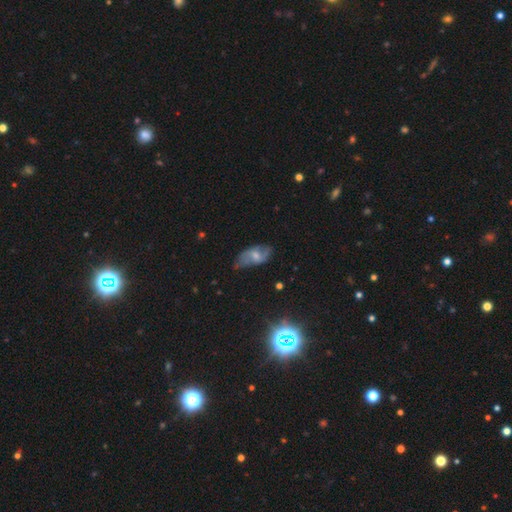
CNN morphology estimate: Smooth or featured?
  - featured or disk: 51% *
  - smooth: 41%
  - star or artifact: 9%
Edge-on disk?
  - no: 92% *
  - yes: 8%
Merging?
  - none: 51% *
  - minor disturbance: 35%
  - major disturbance: 12%
  - merger: 2%